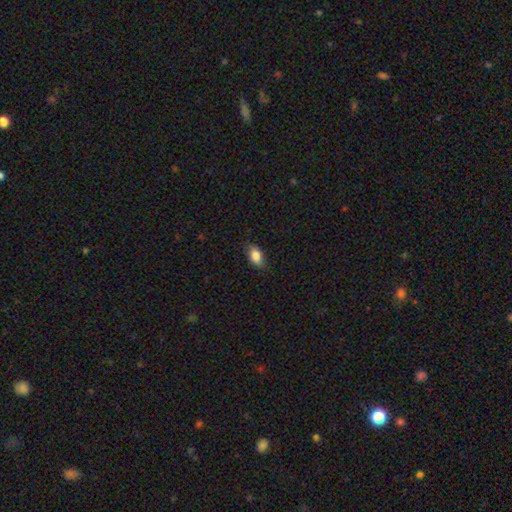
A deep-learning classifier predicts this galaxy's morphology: The model was most divided on "merging": none: 82%, minor disturbance: 14%, major disturbance: 3%, merger: 1%. More confident: how rounded — in between (89%); smooth or featured — smooth (85%).